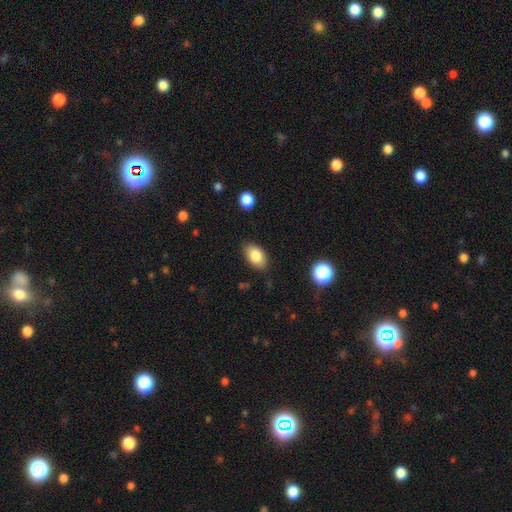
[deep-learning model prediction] Q: Smooth or featured?
A: smooth (84%); runner-up: featured or disk (8%)
Q: How rounded?
A: in between (91%); runner-up: round (8%)
Q: Merging?
A: none (85%); runner-up: minor disturbance (11%)